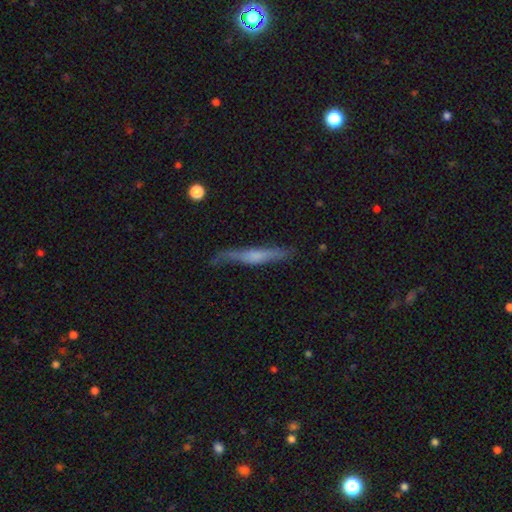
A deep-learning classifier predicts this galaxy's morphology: Smooth or featured? featured or disk (51%)
Edge-on disk? yes (89%)
Merging? none (69%)